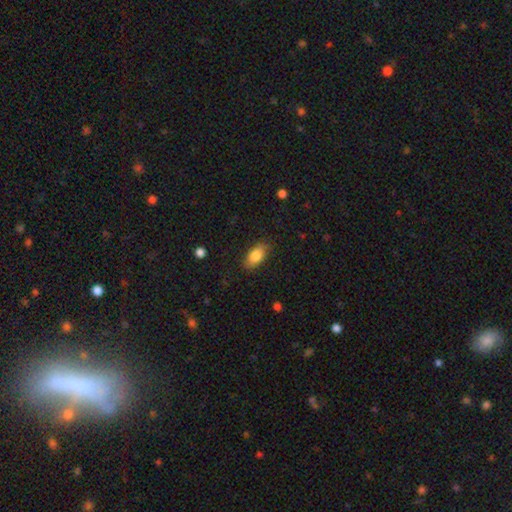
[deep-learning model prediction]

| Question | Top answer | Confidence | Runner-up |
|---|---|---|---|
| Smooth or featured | smooth | 83% | featured or disk (10%) |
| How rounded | in between | 90% | cigar-shaped (5%) |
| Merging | none | 84% | minor disturbance (12%) |